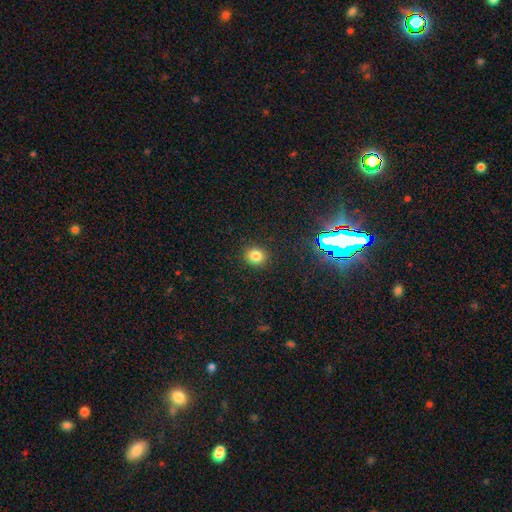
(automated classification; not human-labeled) smooth 79%, star or artifact 15%, featured or disk 6%. Down the decision tree: how rounded — round (79%); merging — none (90%).